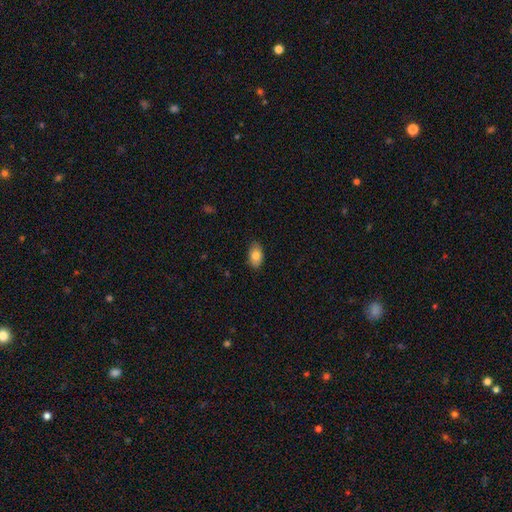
Smooth or featured?
  - smooth: 79% *
  - featured or disk: 13%
  - star or artifact: 8%
How rounded?
  - in between: 100% *
  - round: 0%
  - cigar-shaped: 0%
Merging?
  - none: 92% *
  - minor disturbance: 6%
  - major disturbance: 3%
  - merger: 0%